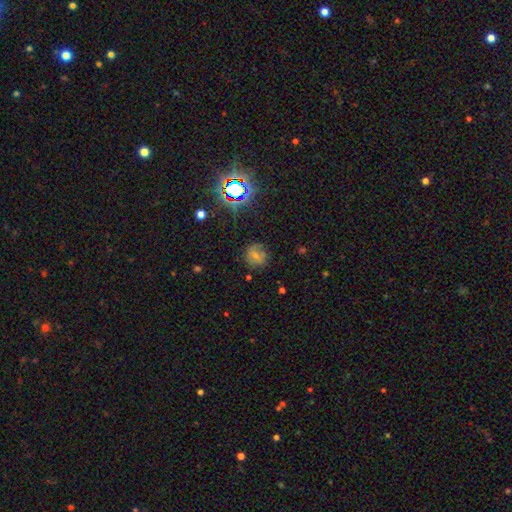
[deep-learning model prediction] Overall: smooth (48%; featured or disk 31%). Merging: none (72%).